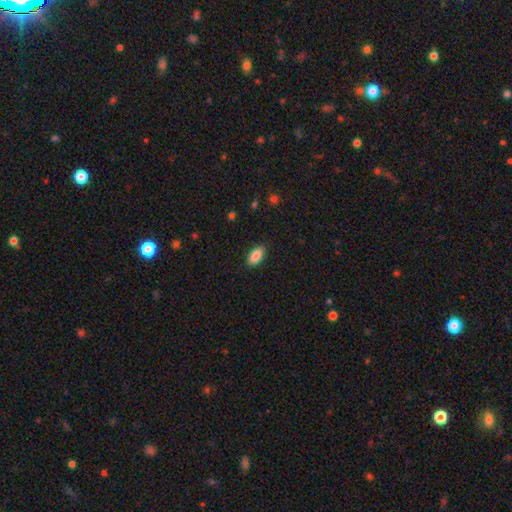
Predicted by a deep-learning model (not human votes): Smooth or featured? Predicted: smooth (p=0.87). How rounded? Predicted: in between (p=0.91). Merging? Predicted: none (p=0.88).